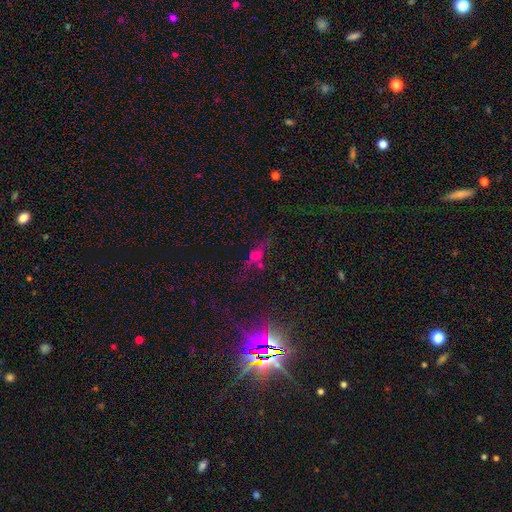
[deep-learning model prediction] The model was most divided on "smooth or featured": smooth: 38%, featured or disk: 35%, star or artifact: 27%. More confident: merging — none (59%).